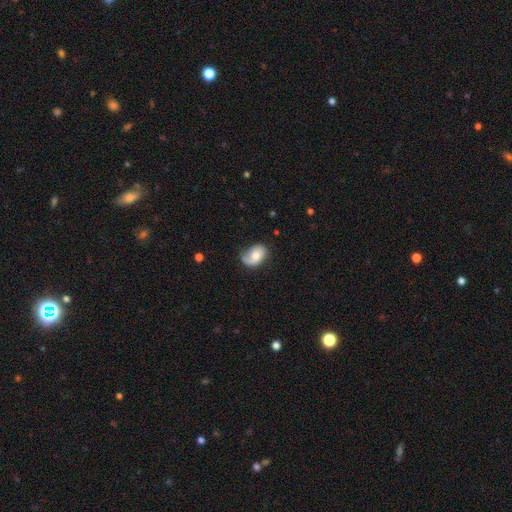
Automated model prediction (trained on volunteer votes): smooth 48%, featured or disk 45%, star or artifact 7%. Down the decision tree: merging — none (51%).